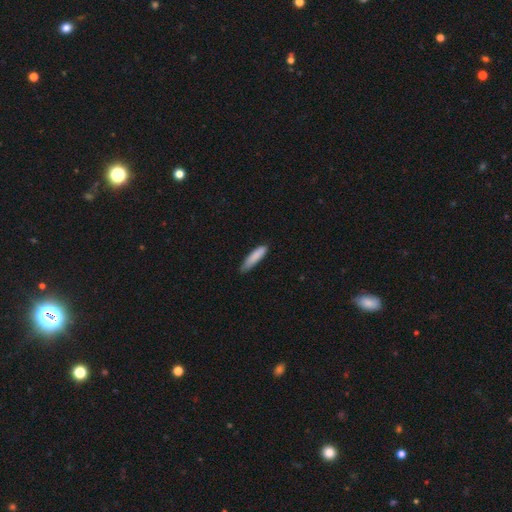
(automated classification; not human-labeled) Smooth or featured? Predicted: smooth (p=0.86). How rounded? Predicted: cigar-shaped (p=0.79). Merging? Predicted: none (p=0.70).